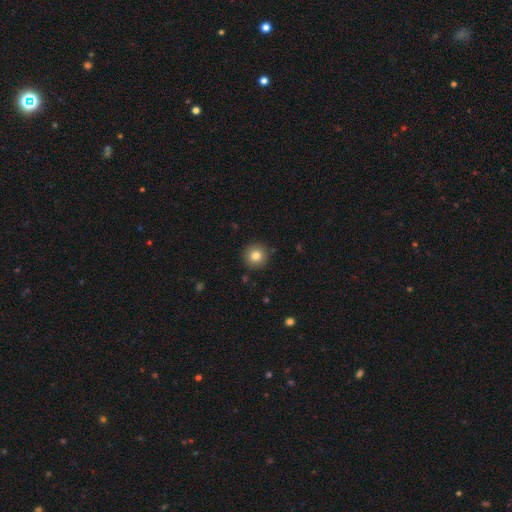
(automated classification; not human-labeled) This is clearly a smooth galaxy (81%). How rounded: clearly round (95%). Merging: clearly none (90%).